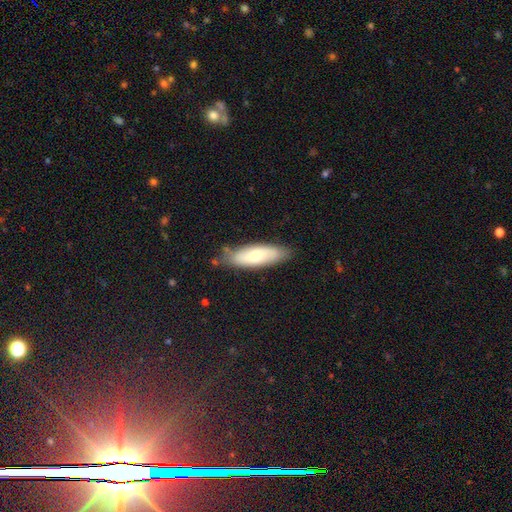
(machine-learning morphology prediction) Smooth or featured?
  - smooth: 66% *
  - featured or disk: 28%
  - star or artifact: 6%
How rounded?
  - in between: 62% *
  - cigar-shaped: 36%
  - round: 2%
Merging?
  - none: 79% *
  - minor disturbance: 16%
  - major disturbance: 3%
  - merger: 2%